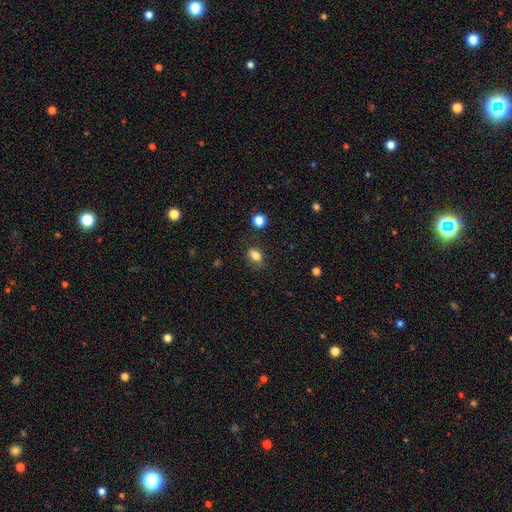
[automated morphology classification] This is clearly a smooth galaxy (82%). How rounded: likely in between (78%). Merging: likely none (74%).